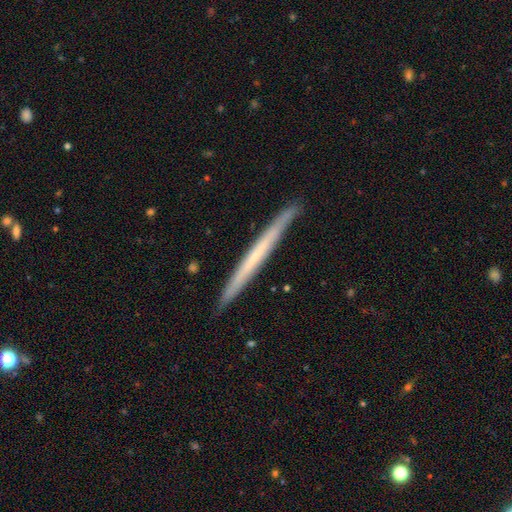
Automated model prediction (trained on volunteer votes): Overall: featured or disk (52%; smooth 42%). Edge-on disk: yes (96%). Edge-on bulge: none (89%). Merging: none (90%).